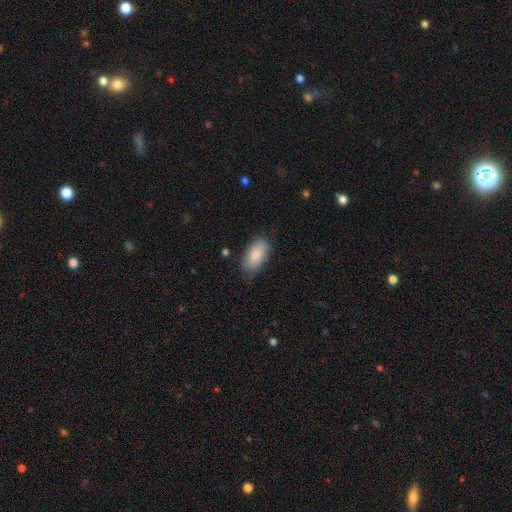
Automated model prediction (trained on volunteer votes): Smooth or featured? smooth (89%)
How rounded? in between (93%)
Merging? none (74%)